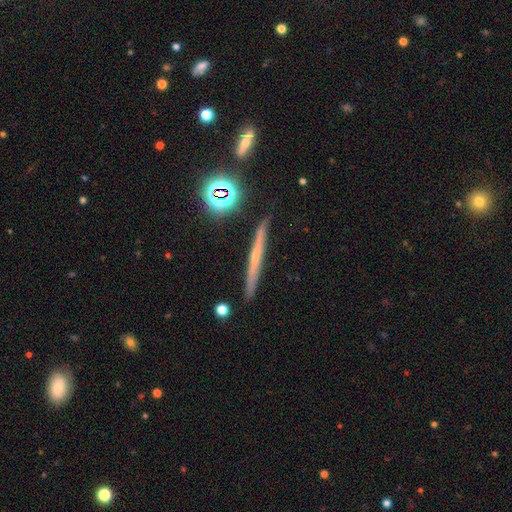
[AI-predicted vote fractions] Smooth or featured? featured or disk (58%)
Edge-on disk? yes (96%)
Edge-on bulge? none (60%)
Merging? none (89%)